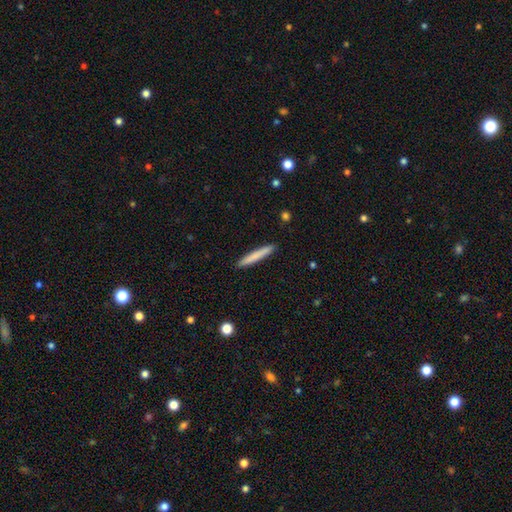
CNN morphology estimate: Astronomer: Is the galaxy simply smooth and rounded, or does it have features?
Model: smooth — 77%.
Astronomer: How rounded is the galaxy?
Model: cigar-shaped — 96%.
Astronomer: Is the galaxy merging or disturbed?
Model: none — 92%.